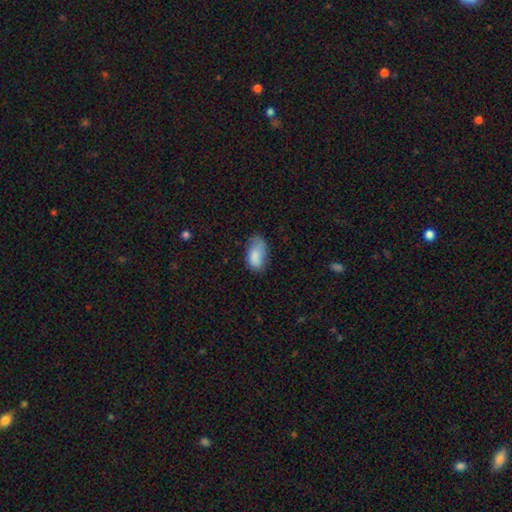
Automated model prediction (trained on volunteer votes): smooth_or_featured: smooth (p=0.85) [alt: featured or disk p=0.08]
how_rounded: in between (p=0.94) [alt: round p=0.04]
merging: none (p=0.57) [alt: minor disturbance p=0.32]